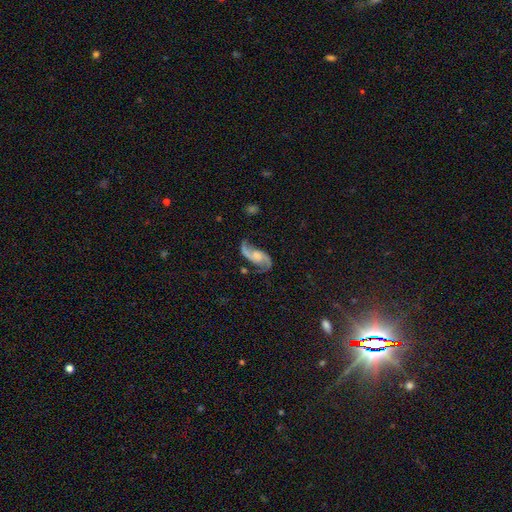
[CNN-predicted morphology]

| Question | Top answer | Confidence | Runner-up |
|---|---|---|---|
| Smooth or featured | featured or disk | 88% | smooth (7%) |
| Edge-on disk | no | 97% | yes (3%) |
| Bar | no | 58% | weak (33%) |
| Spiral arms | yes | 97% | no (3%) |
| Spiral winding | loose | 65% | medium (29%) |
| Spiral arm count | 2 | 93% | 1 (2%) |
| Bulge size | moderate | 40% | small (35%) |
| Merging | none | 69% | minor disturbance (17%) |